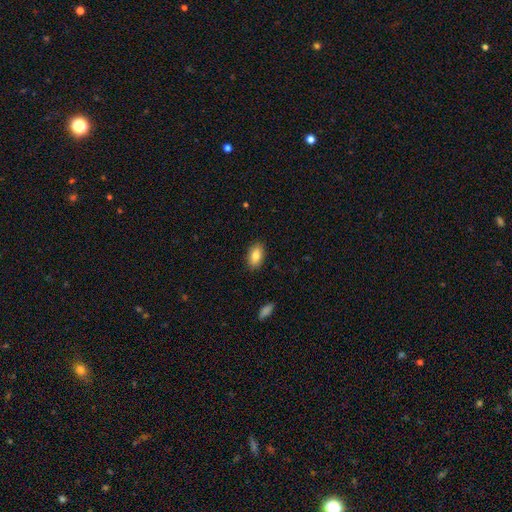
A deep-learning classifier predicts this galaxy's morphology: Overall: smooth (83%). How rounded: in between (92%). Merging: none (87%).